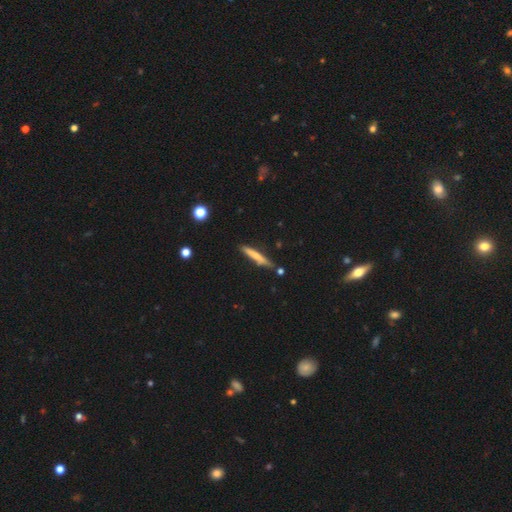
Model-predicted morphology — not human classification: A smooth galaxy with no disk features (63%) that is cigar-shaped (93%). Merging: none (78%).